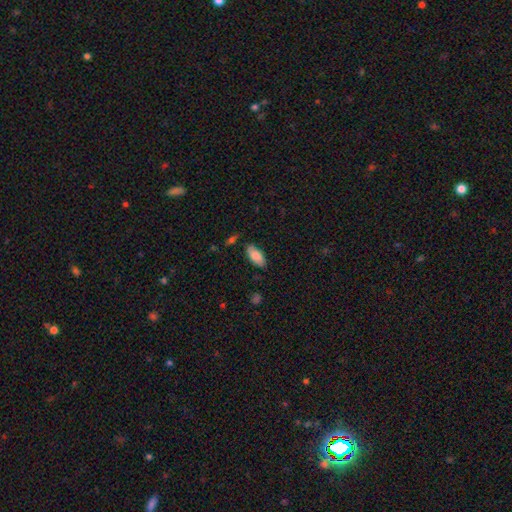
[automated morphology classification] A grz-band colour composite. It shows a smooth galaxy with no disk features (83%) that is in between round and cigar-shaped (90%). Merging: none (78%).